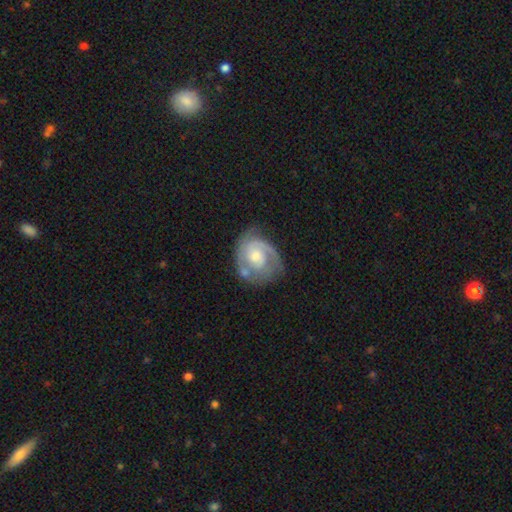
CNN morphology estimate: Overall: featured or disk (76%). Edge-on disk: no (98%). Bar: no (68%). Spiral arms: yes (90%). Spiral arm count: 2 (45%; 1 30%). Spiral winding: tight (53%; medium 35%). Bulge size: moderate (53%; small 30%). Merging: none (58%; minor disturbance 23%).